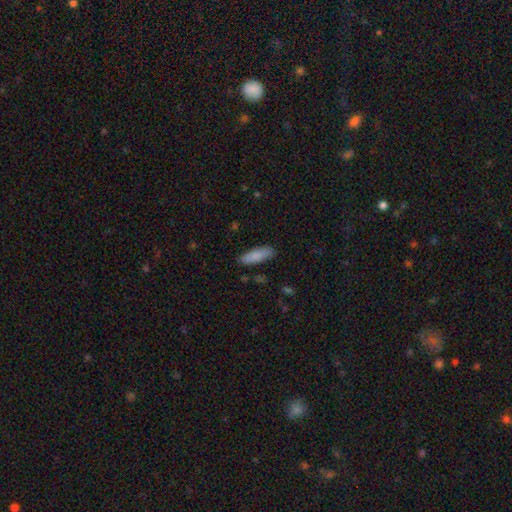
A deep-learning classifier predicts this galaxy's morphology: Smooth or featured: smooth — 86% (featured or disk — 8%)
How rounded: cigar-shaped — 56% (in between — 43%)
Merging: none — 86% (minor disturbance — 11%)